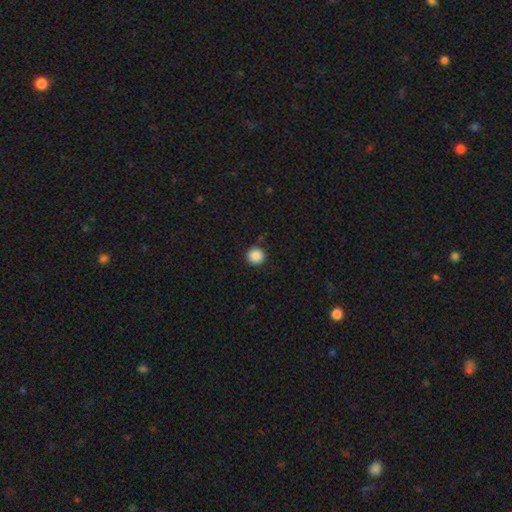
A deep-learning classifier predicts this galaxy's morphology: Smooth or featured? smooth (88%)
How rounded? round (95%)
Merging? none (90%)